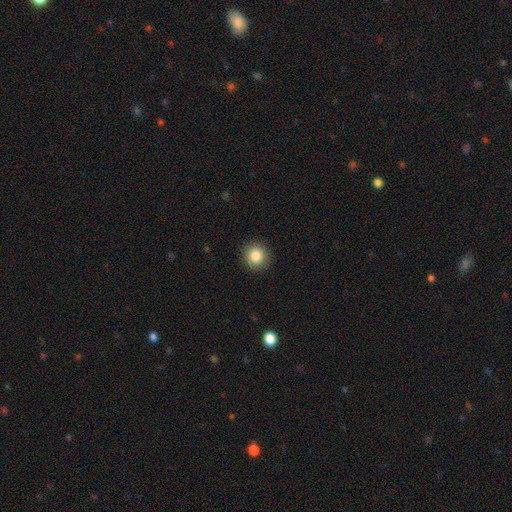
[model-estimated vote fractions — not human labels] smooth_or_featured: smooth (p=0.85) [alt: star or artifact p=0.09]
how_rounded: round (p=0.92) [alt: in between p=0.07]
merging: none (p=0.92) [alt: minor disturbance p=0.06]